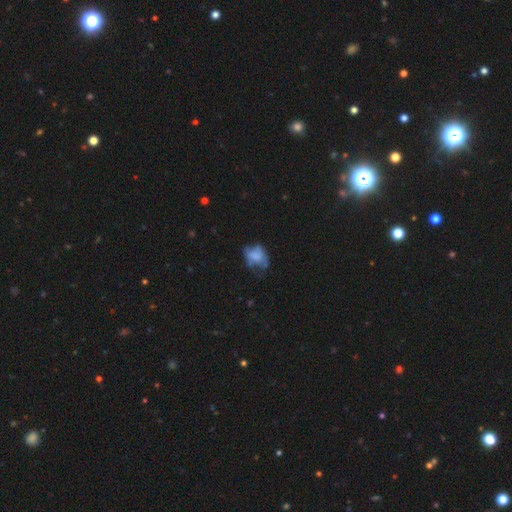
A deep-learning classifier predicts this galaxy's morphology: This is possibly a smooth galaxy (54%). How rounded: likely in between (71%). Merging: marginally none (36%).